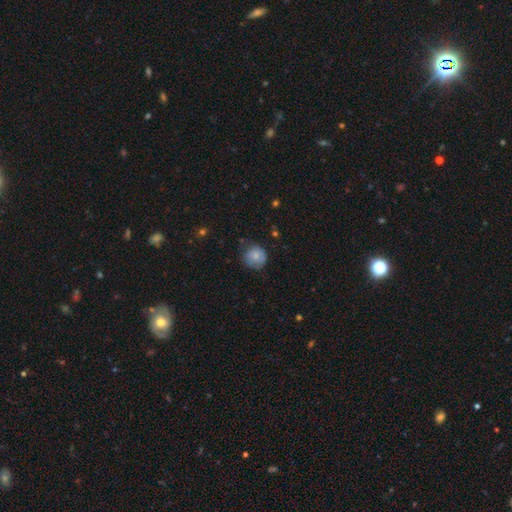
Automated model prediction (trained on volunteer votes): A smooth galaxy with no disk features (75%) that is round (87%).

Vote fractions:
- Smooth or featured? smooth: 75% / featured or disk: 17% / star or artifact: 8%
- How rounded? round: 87% / in between: 12% / cigar-shaped: 1%
- Merging? none: 66% / minor disturbance: 26% / major disturbance: 6% / merger: 2%